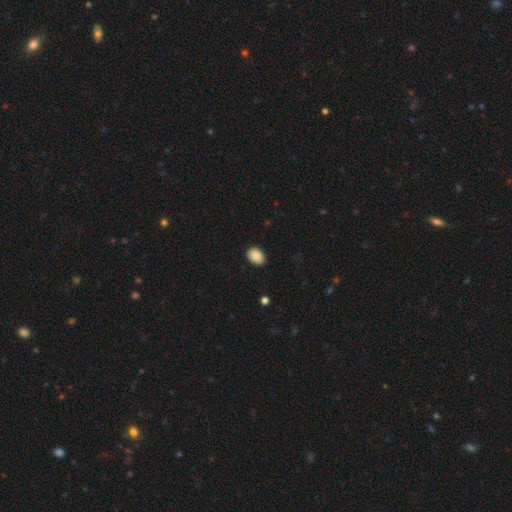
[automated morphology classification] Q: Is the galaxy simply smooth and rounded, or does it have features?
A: smooth — 89%.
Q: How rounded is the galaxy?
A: in between — 80%.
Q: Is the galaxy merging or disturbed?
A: none — 88%.